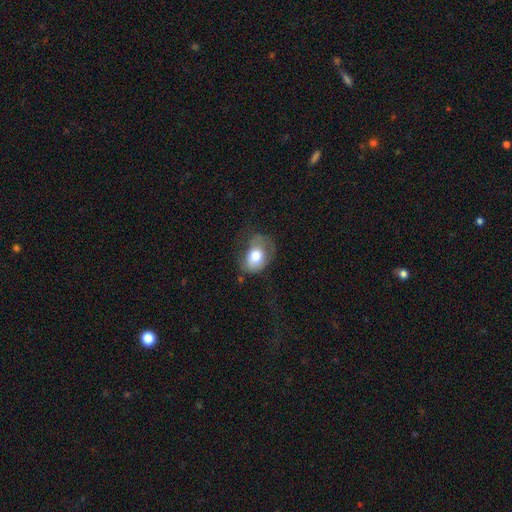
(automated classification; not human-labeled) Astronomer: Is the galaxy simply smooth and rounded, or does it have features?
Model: smooth — 69%.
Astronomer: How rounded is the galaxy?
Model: in between — 69%.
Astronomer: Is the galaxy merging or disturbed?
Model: none — 39% (runner-up: minor disturbance, 32%).